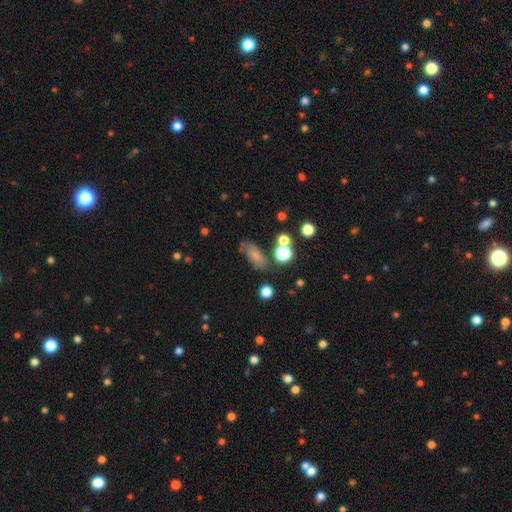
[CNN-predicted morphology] Q: Smooth or featured?
A: smooth (70%); runner-up: featured or disk (16%)
Q: How rounded?
A: in between (78%); runner-up: cigar-shaped (13%)
Q: Merging?
A: none (62%); runner-up: minor disturbance (20%)